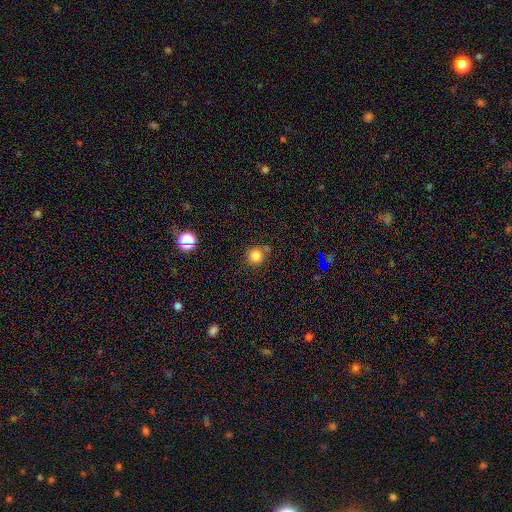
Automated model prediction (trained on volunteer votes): This is clearly a smooth galaxy (82%). How rounded: clearly round (91%). Merging: likely none (68%).